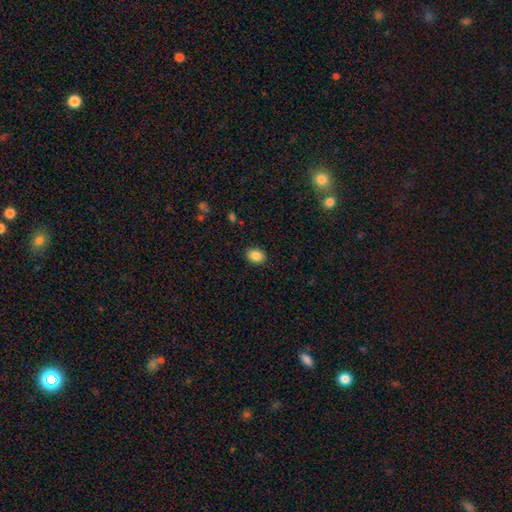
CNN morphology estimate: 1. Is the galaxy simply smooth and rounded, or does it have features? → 86% smooth, 8% star or artifact, 5% featured or disk.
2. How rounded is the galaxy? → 69% in between, 30% round, 1% cigar-shaped.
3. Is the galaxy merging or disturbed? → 89% none, 8% minor disturbance, 2% major disturbance, 1% merger.